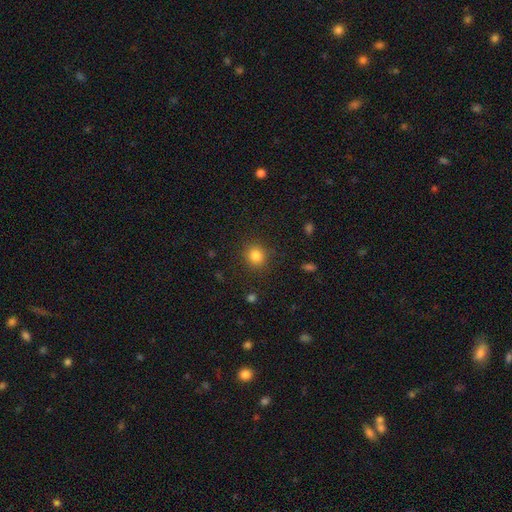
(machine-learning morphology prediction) This is clearly a smooth galaxy (83%). How rounded: clearly round (85%). Merging: clearly none (88%).